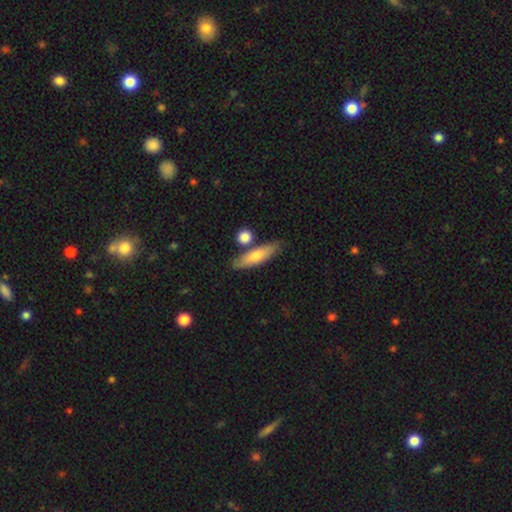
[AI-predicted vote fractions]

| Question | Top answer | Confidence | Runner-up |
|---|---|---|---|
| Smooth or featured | smooth | 66% | featured or disk (28%) |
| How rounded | cigar-shaped | 65% | in between (31%) |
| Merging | none | 75% | minor disturbance (11%) |